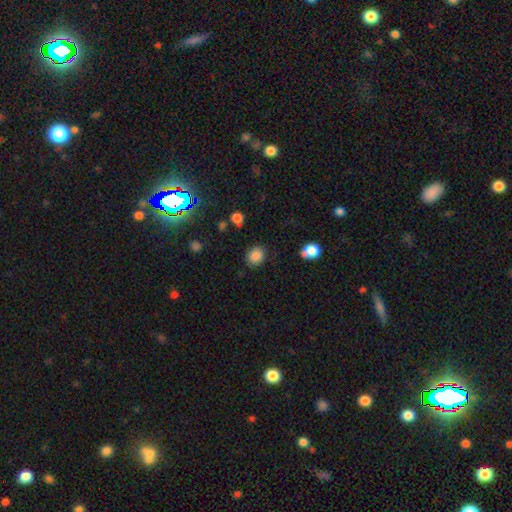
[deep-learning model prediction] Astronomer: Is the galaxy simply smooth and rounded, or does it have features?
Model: smooth — 85%.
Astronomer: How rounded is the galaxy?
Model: round — 62%.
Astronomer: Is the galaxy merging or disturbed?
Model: none — 83%.